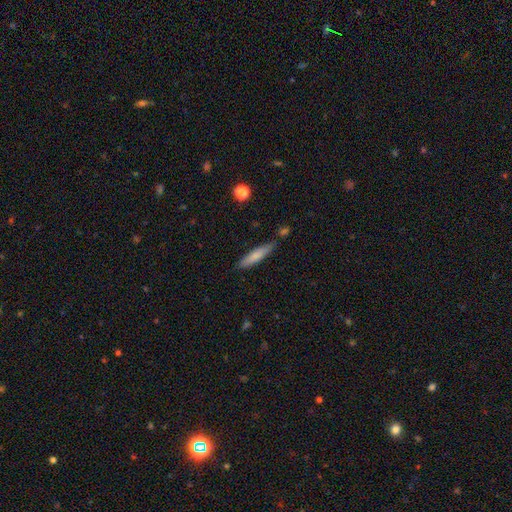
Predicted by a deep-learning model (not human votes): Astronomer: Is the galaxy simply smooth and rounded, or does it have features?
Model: smooth — 74%.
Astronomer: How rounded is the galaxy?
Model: cigar-shaped — 85%.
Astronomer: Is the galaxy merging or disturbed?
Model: none — 81%.